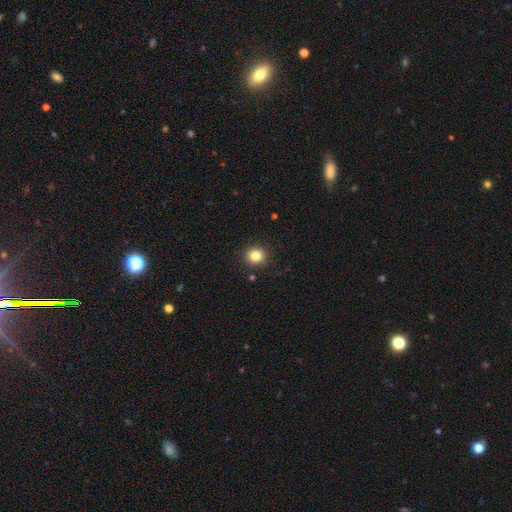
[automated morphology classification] Smooth or featured?
  - smooth: 82% *
  - star or artifact: 12%
  - featured or disk: 6%
How rounded?
  - round: 89% *
  - in between: 10%
  - cigar-shaped: 1%
Merging?
  - none: 90% *
  - minor disturbance: 7%
  - major disturbance: 2%
  - merger: 2%